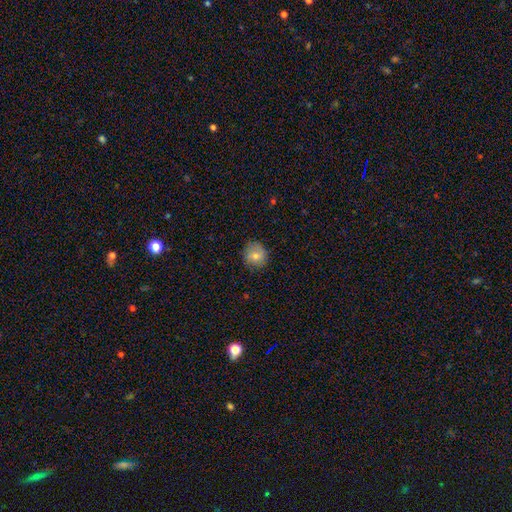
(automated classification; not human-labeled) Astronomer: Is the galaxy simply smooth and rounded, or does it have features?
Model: smooth — 77%.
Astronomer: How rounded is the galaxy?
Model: round — 88%.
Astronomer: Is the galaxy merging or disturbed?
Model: none — 83%.